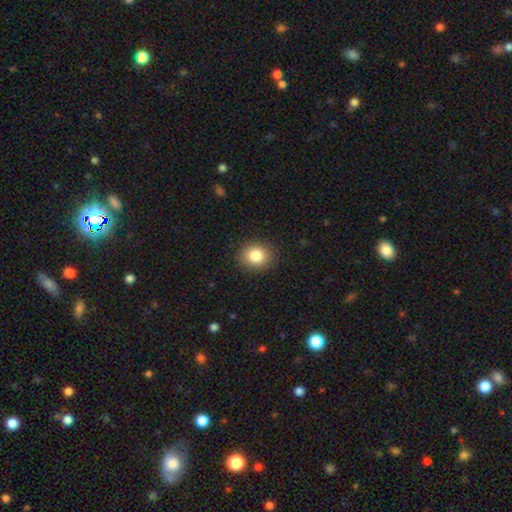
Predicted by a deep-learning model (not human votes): Smooth or featured? smooth (84%)
How rounded? round (78%)
Merging? none (90%)